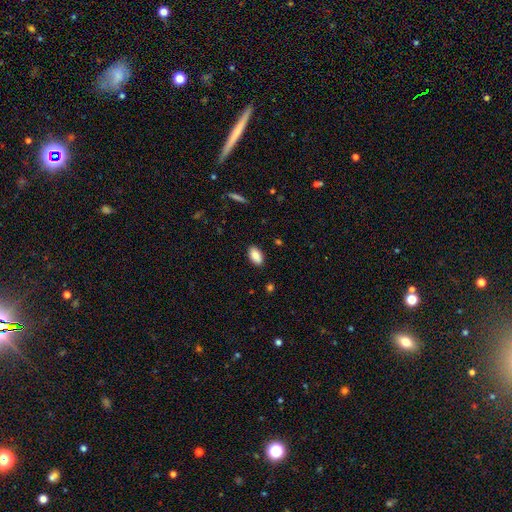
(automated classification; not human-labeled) Q: Smooth or featured?
A: smooth (86%); runner-up: star or artifact (7%)
Q: How rounded?
A: in between (93%); runner-up: round (4%)
Q: Merging?
A: none (88%); runner-up: minor disturbance (9%)